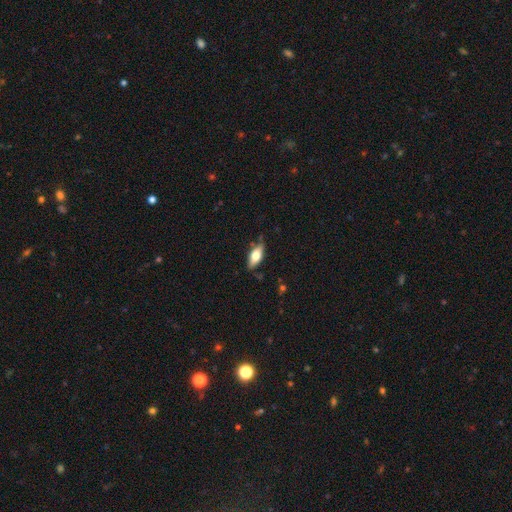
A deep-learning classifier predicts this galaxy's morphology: Overall: smooth (59%; featured or disk 35%). How rounded: in between (78%). Merging: none (79%).